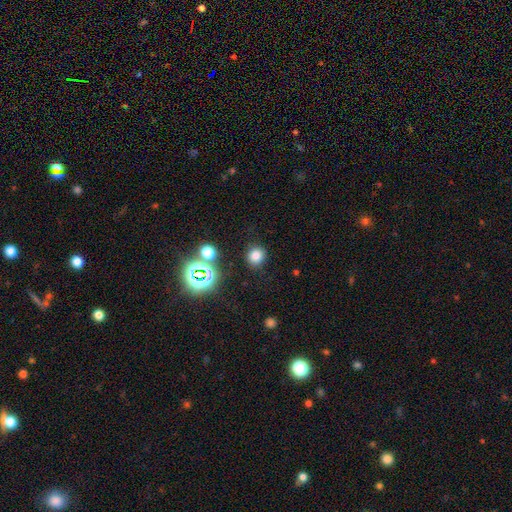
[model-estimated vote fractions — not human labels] Q: Smooth or featured?
A: smooth (76%); runner-up: star or artifact (18%)
Q: How rounded?
A: round (85%); runner-up: in between (14%)
Q: Merging?
A: none (86%); runner-up: minor disturbance (8%)